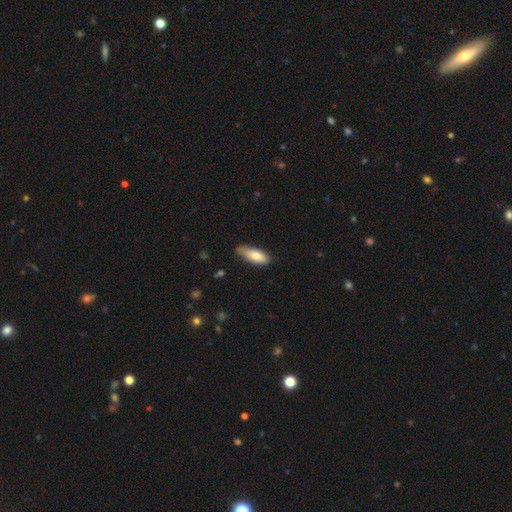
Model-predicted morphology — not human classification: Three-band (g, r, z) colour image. It shows a smooth galaxy with no disk features (75%) that is in between round and cigar-shaped (73%). Merging: none (62%).